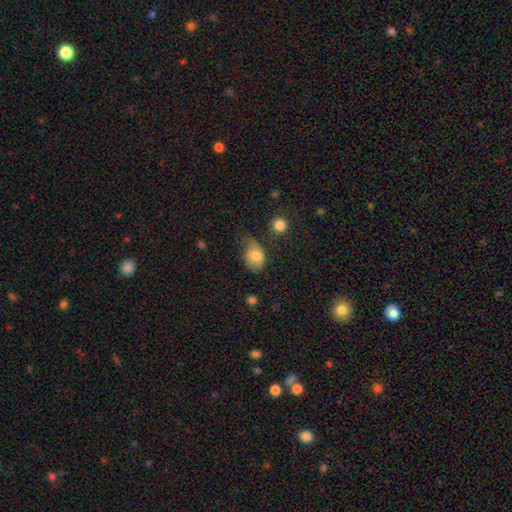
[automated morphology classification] A smooth galaxy with no disk features (78%) that is in between round and cigar-shaped (66%). Merging: minor disturbance (39%).